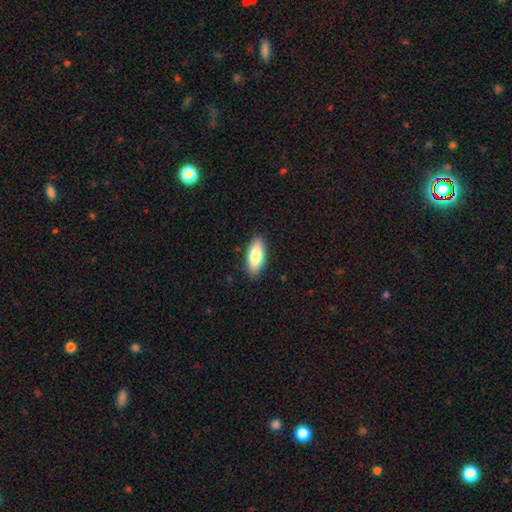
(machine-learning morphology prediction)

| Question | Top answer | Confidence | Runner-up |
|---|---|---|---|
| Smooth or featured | smooth | 82% | featured or disk (12%) |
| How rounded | in between | 85% | cigar-shaped (13%) |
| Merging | none | 88% | minor disturbance (9%) |